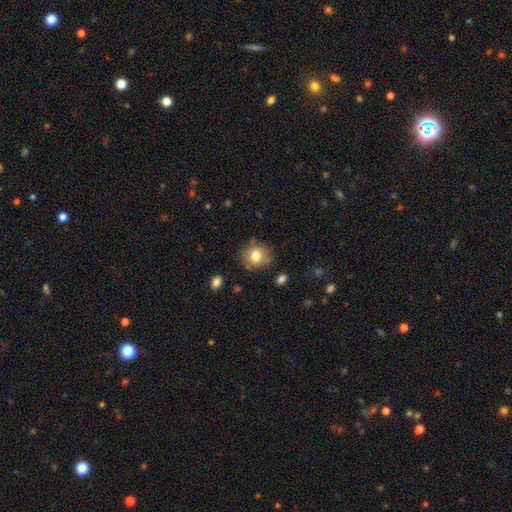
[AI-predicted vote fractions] This is likely a smooth galaxy (79%). How rounded: clearly round (82%). Merging: likely none (79%).